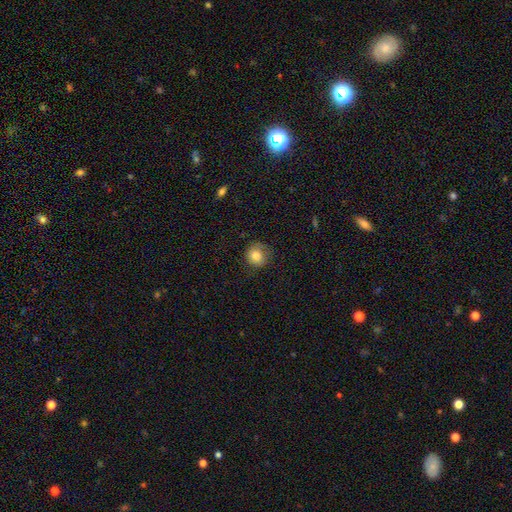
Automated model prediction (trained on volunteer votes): This appears to be a smooth galaxy with no disk features (82%) that is round (80%). Merging: none (72%).